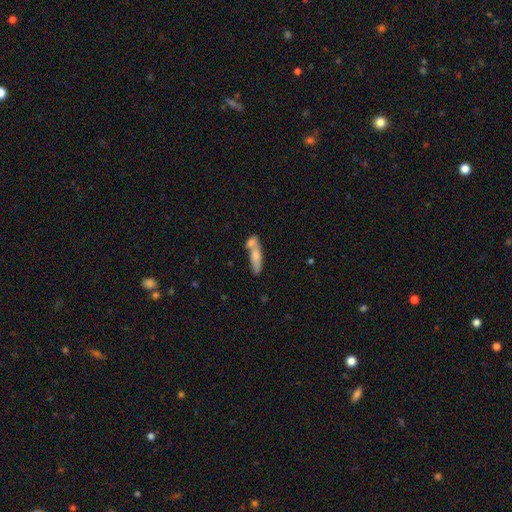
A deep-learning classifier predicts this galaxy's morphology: This appears to be a smooth galaxy with no disk features (70%) that is cigar-shaped (60%). Merging: merger (49%).